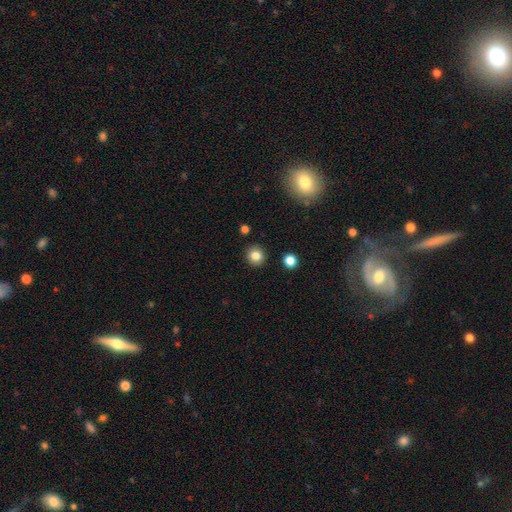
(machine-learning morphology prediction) Smooth or featured? Predicted: smooth (p=0.83). How rounded? Predicted: round (p=0.90). Merging? Predicted: none (p=0.90).